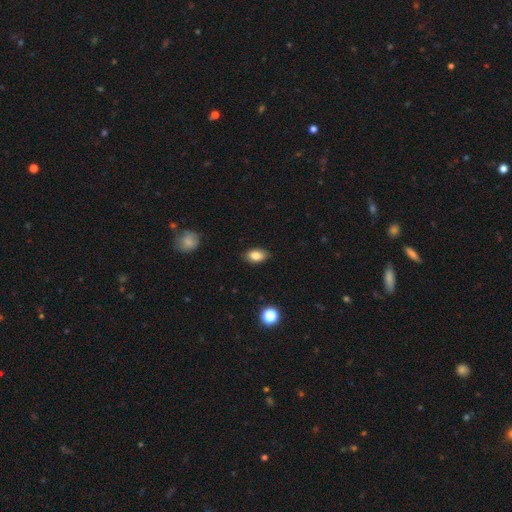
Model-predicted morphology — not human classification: type=smooth (83%); roundness=in between (89%); merging=none (85%).